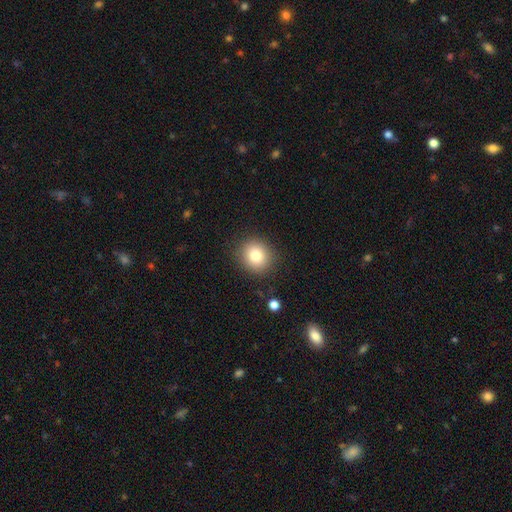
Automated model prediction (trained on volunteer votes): Overall: smooth (81%). How rounded: round (83%). Merging: none (88%).